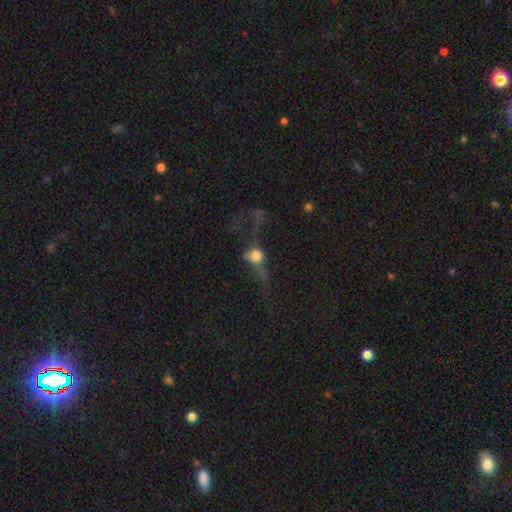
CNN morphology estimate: Smooth or featured? smooth (43%)
Merging? major disturbance (49%)